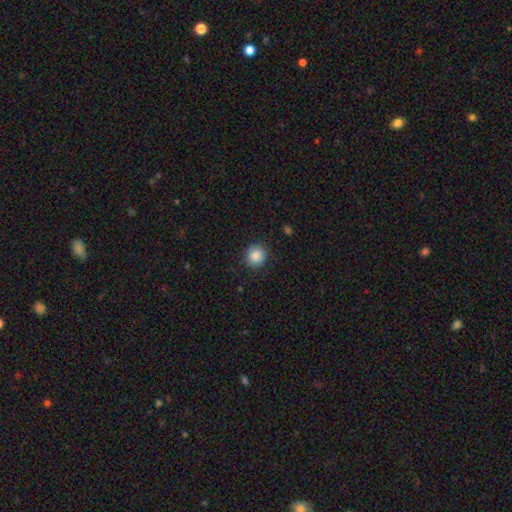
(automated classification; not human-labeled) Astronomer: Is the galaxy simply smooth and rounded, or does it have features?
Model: smooth — 88%.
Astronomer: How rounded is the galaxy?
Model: round — 89%.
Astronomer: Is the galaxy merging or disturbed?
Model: none — 89%.